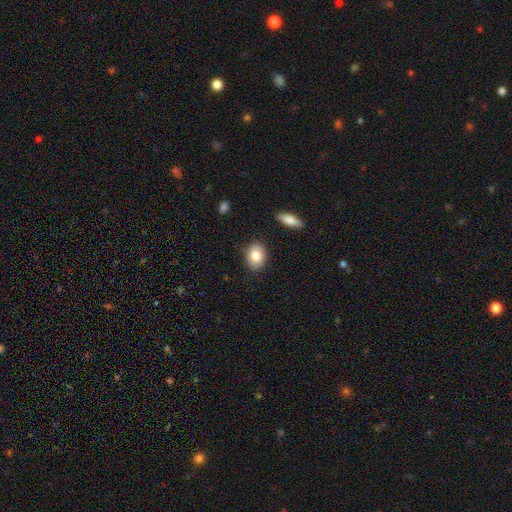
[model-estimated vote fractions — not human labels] Morphology: type=smooth (83%); roundness=in between (68%); merging=none (86%).